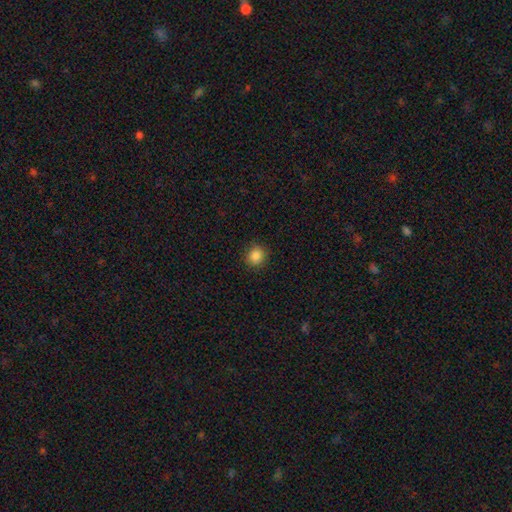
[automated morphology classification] type=smooth (87%); roundness=round (87%); merging=none (89%).